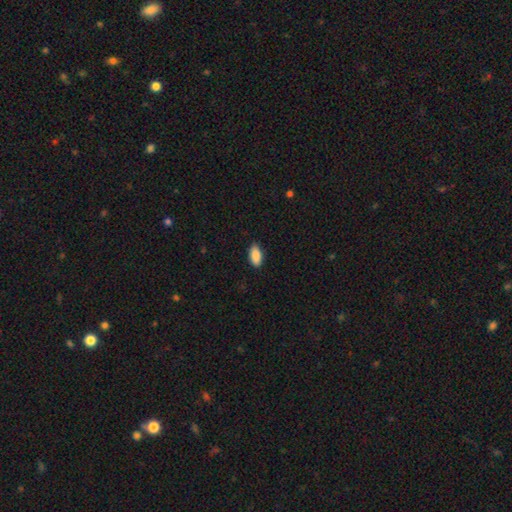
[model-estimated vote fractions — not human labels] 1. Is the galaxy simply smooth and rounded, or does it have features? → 89% smooth, 7% star or artifact, 4% featured or disk.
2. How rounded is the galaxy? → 91% in between, 7% cigar-shaped, 2% round.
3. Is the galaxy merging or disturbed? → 84% none, 13% minor disturbance, 2% major disturbance, 1% merger.